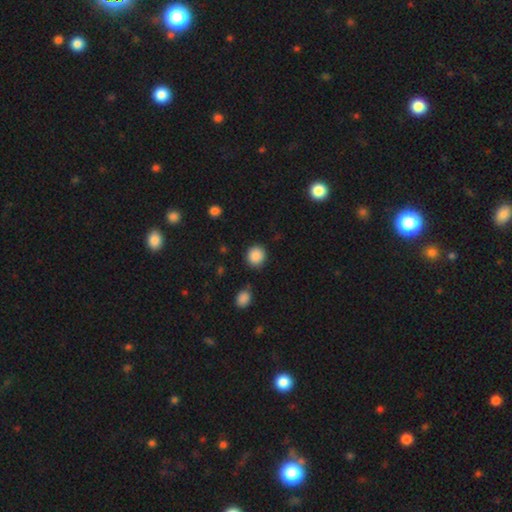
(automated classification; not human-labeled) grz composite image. It shows a smooth galaxy with no disk features (88%) that is round (89%). Merging: none (87%).